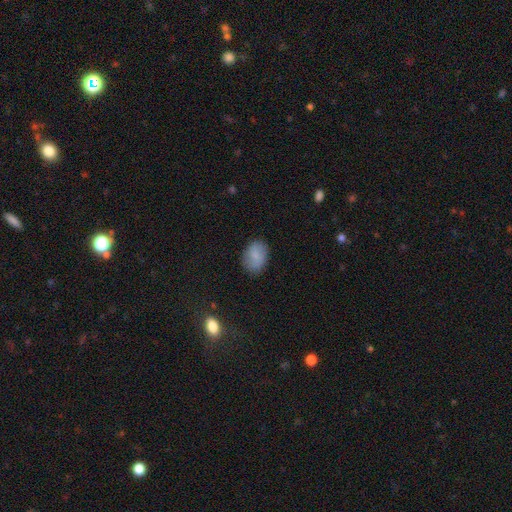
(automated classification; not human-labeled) The model was most divided on "how rounded": in between: 75%, round: 23%, cigar-shaped: 1%. More confident: merging — none (83%); smooth or featured — smooth (79%).